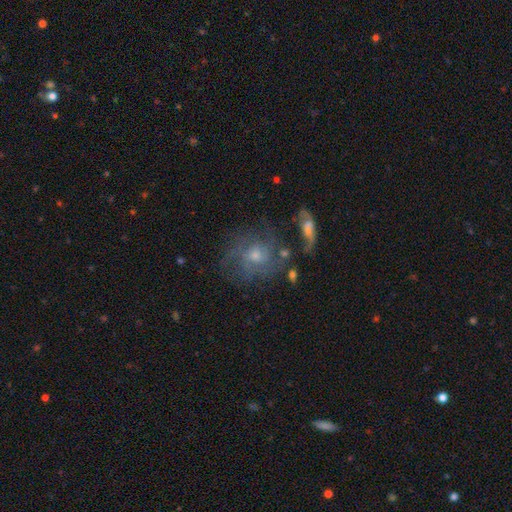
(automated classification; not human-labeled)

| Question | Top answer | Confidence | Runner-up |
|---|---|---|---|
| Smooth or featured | featured or disk | 66% | smooth (23%) |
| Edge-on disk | no | 96% | yes (4%) |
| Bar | no | 74% | weak (23%) |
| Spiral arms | yes | 79% | no (21%) |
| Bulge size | small | 51% | moderate (41%) |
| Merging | none | 59% | minor disturbance (18%) |